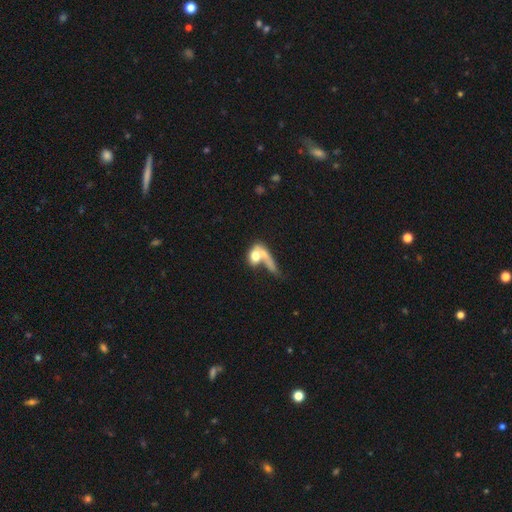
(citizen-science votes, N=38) smooth-or-featured: smooth: 61% | featured or disk: 34% | star or artifact: 5%
  how-rounded: in between: 57% | round: 26% | cigar-shaped: 17%
  merging: merger: 50% | major disturbance: 22% | none: 19% | minor disturbance: 8%